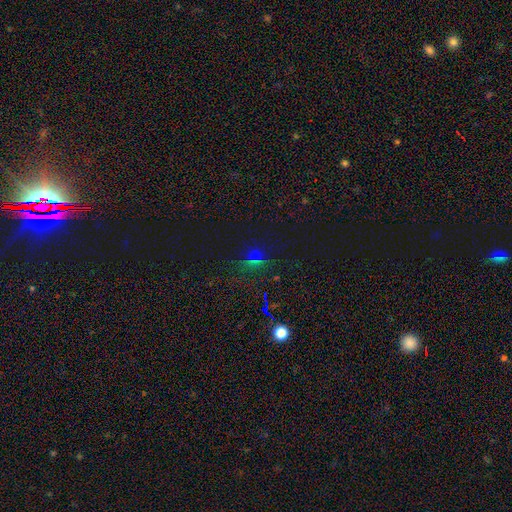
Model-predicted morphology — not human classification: Smooth or featured? star or artifact (61%)